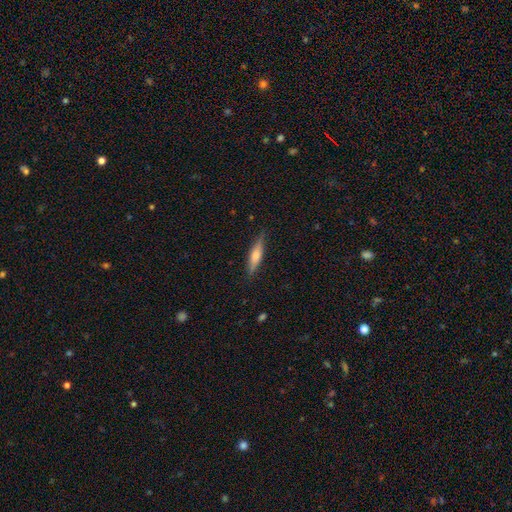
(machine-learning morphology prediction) This appears to be a smooth galaxy with no disk features (53%) that is cigar-shaped (76%). Merging: none (85%).